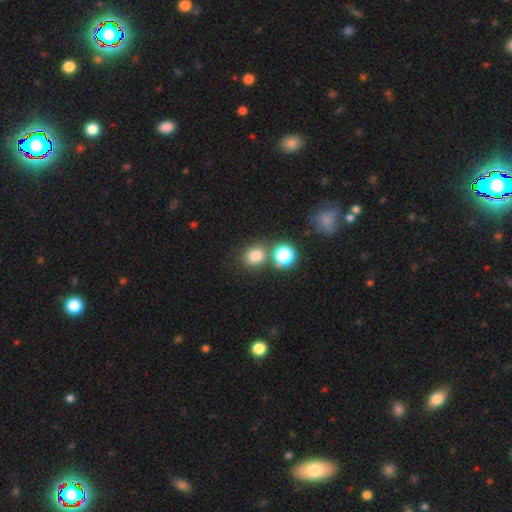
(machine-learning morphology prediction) smooth_or_featured: smooth (p=0.77) [alt: star or artifact p=0.16]
how_rounded: round (p=0.69) [alt: in between p=0.30]
merging: none (p=0.68) [alt: merger p=0.18]